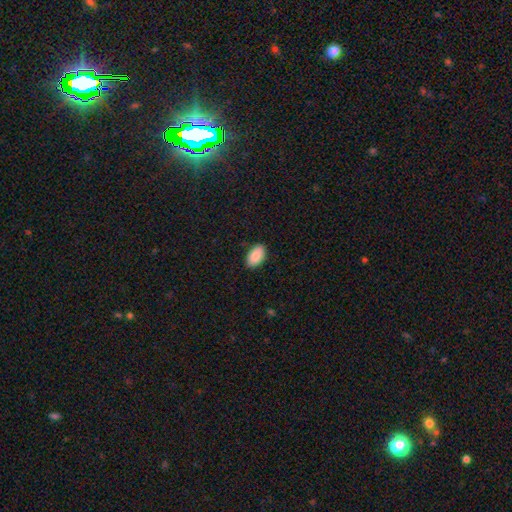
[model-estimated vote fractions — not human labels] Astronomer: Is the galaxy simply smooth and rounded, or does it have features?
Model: smooth — 89%.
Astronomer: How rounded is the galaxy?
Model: in between — 94%.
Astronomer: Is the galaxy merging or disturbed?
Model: none — 88%.